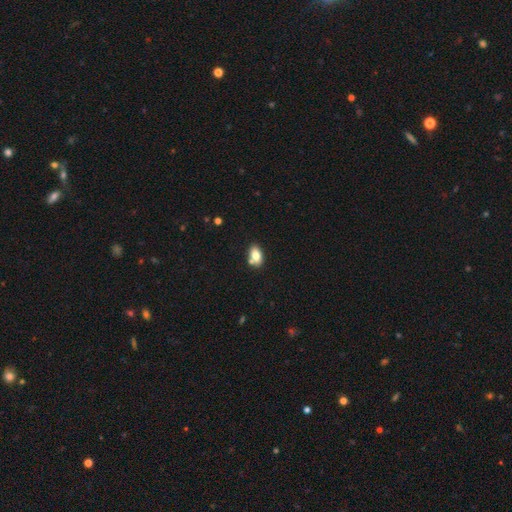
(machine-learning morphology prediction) Smooth or featured? Predicted: smooth (p=0.78). How rounded? Predicted: in between (p=0.88). Merging? Predicted: none (p=0.65).